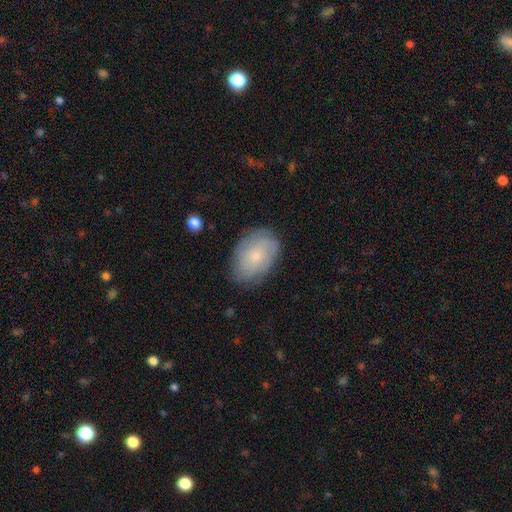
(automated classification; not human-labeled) Overall: smooth (52%; featured or disk 40%). How rounded: in between (85%). Merging: none (78%).